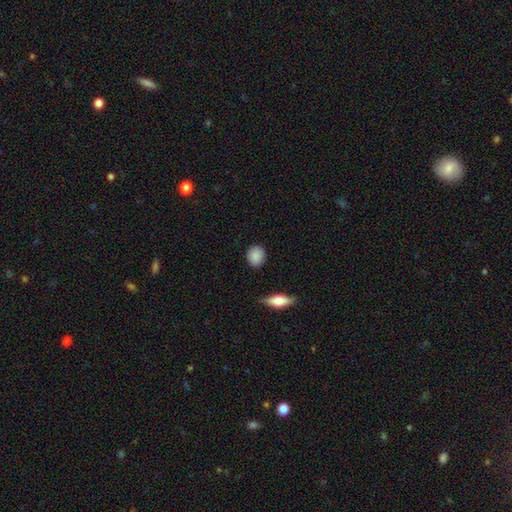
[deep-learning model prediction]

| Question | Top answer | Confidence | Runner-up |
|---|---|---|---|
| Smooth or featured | smooth | 89% | star or artifact (7%) |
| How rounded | round | 69% | in between (29%) |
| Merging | none | 87% | minor disturbance (9%) |